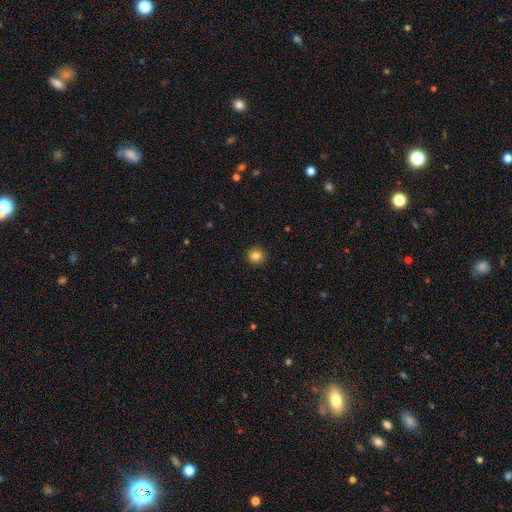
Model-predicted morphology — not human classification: This is clearly a smooth galaxy (83%). How rounded: clearly round (93%). Merging: clearly none (92%).